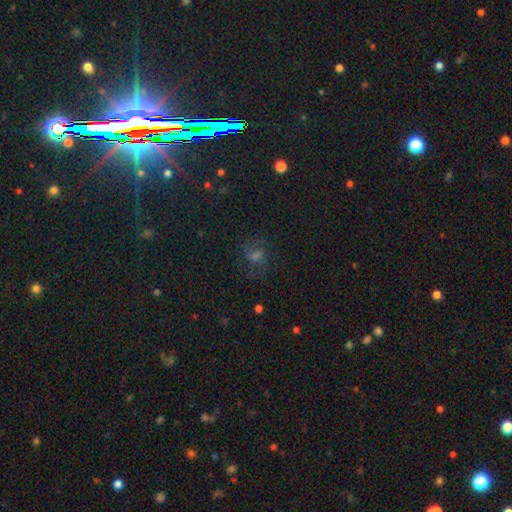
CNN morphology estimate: This is marginally a star or artifact rather than a galaxy (38%).